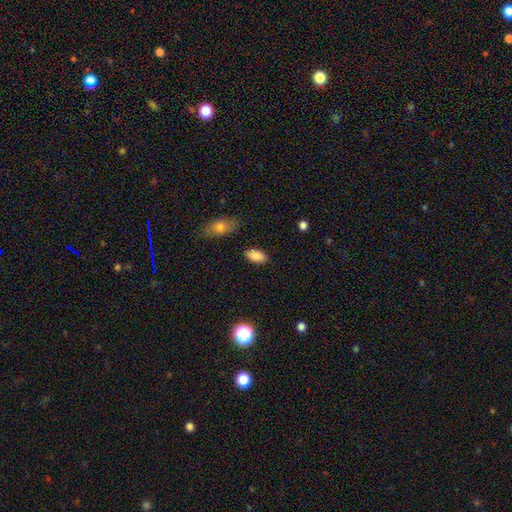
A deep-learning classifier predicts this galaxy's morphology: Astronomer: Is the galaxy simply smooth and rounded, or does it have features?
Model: smooth — 87%.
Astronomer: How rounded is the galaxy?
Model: in between — 93%.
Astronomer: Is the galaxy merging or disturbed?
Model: none — 87%.